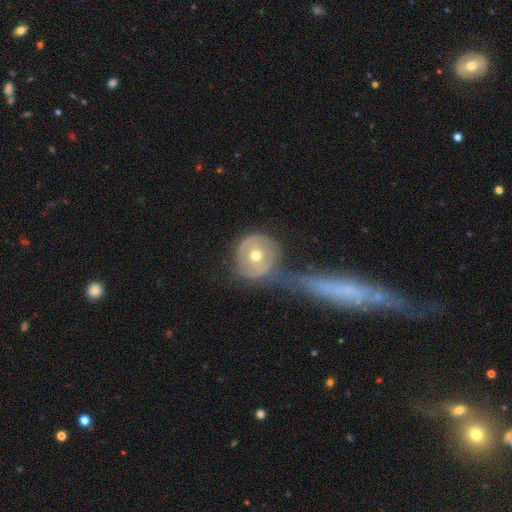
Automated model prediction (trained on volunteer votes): Smooth or featured: featured or disk — 66% (smooth — 29%)
Edge-on disk: no — 95% (yes — 5%)
Bar: no — 74% (weak — 18%)
Spiral arms: yes — 60% (no — 40%)
Bulge size: moderate — 78% (small — 17%)
Merging: none — 48% (merger — 25%)